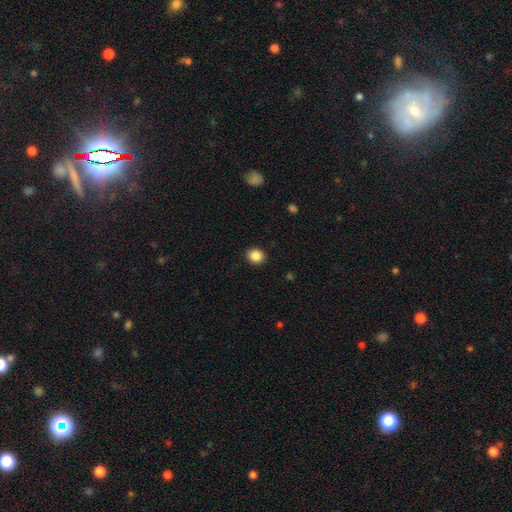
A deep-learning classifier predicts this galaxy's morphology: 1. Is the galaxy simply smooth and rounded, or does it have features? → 87% smooth, 10% star or artifact, 3% featured or disk.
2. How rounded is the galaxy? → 78% round, 21% in between, 1% cigar-shaped.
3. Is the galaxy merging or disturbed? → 91% none, 6% minor disturbance, 2% major disturbance, 1% merger.